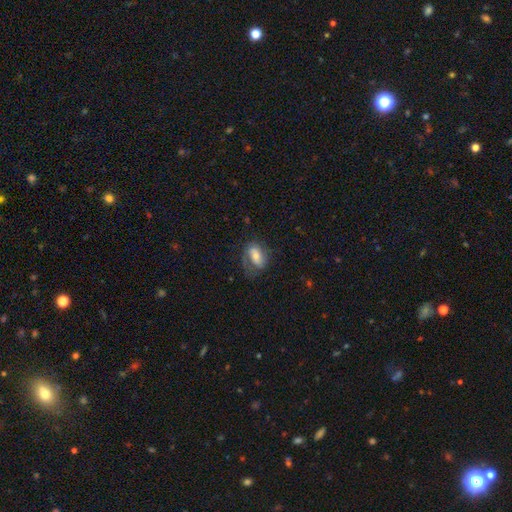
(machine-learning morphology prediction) Q: Smooth or featured?
A: smooth (51%); runner-up: featured or disk (41%)
Q: How rounded?
A: in between (86%); runner-up: round (11%)
Q: Merging?
A: none (52%); runner-up: minor disturbance (24%)